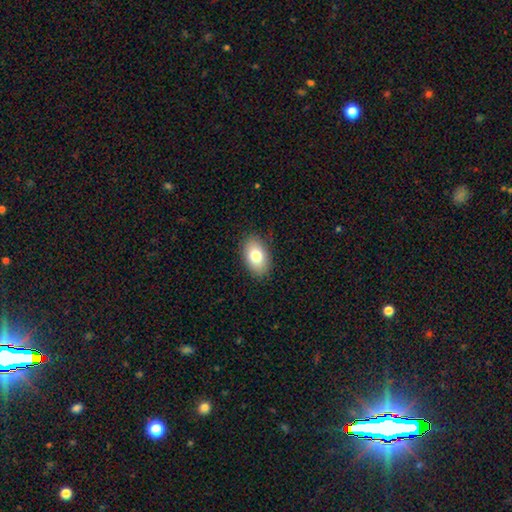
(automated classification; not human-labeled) smooth_or_featured: smooth (p=0.78) [alt: featured or disk p=0.13]
how_rounded: in between (p=0.89) [alt: round p=0.10]
merging: none (p=0.86) [alt: minor disturbance p=0.10]